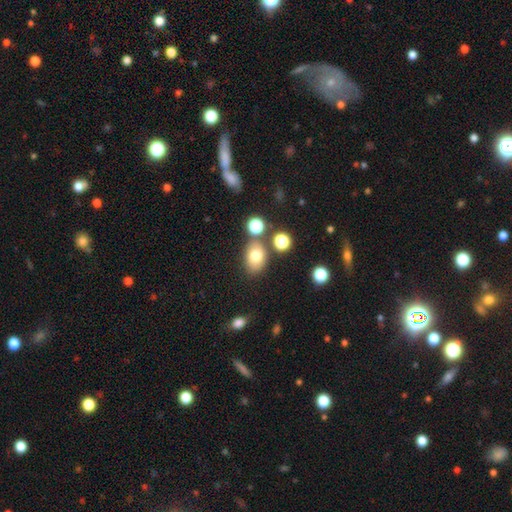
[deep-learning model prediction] Smooth or featured?
  - smooth: 75% *
  - featured or disk: 13%
  - star or artifact: 12%
How rounded?
  - in between: 76% *
  - round: 23%
  - cigar-shaped: 1%
Merging?
  - none: 71% *
  - minor disturbance: 14%
  - merger: 11%
  - major disturbance: 4%